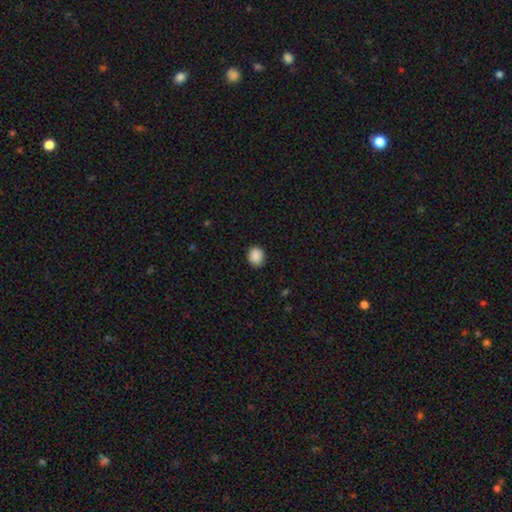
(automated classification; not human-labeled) Q: Smooth or featured?
A: smooth (89%); runner-up: star or artifact (8%)
Q: How rounded?
A: round (60%); runner-up: in between (39%)
Q: Merging?
A: none (87%); runner-up: minor disturbance (10%)